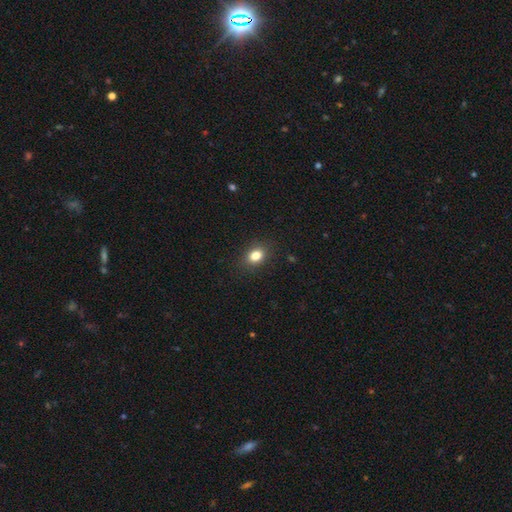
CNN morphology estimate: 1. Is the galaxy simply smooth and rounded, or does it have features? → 82% smooth, 11% star or artifact, 7% featured or disk.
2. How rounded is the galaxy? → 66% in between, 33% round, 1% cigar-shaped.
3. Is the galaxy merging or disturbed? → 86% none, 10% minor disturbance, 3% major disturbance, 1% merger.